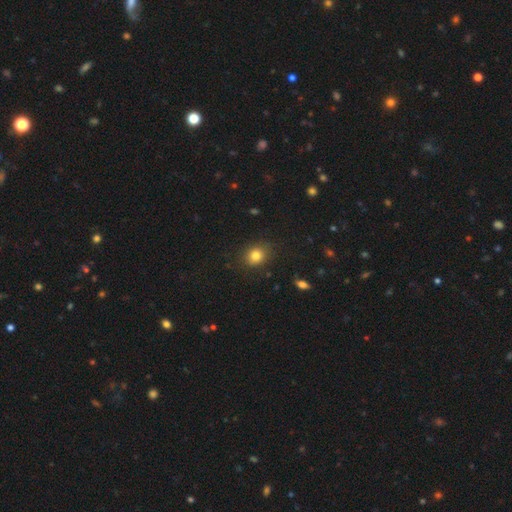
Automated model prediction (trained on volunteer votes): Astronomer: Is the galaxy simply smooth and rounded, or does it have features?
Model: smooth — 81%.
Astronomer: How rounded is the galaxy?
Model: round — 64%.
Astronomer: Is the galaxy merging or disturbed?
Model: none — 82%.